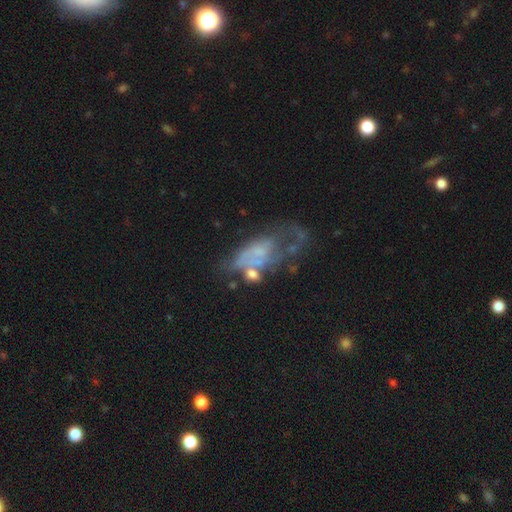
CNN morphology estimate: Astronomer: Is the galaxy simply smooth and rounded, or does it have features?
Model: featured or disk — 60%.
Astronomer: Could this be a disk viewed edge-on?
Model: no — 94%.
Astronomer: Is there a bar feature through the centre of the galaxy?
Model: no — 82%.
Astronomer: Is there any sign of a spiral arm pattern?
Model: no — 66%.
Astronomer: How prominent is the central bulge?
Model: none — 58%.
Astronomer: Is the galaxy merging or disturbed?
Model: major disturbance — 39% (runner-up: none, 25%).